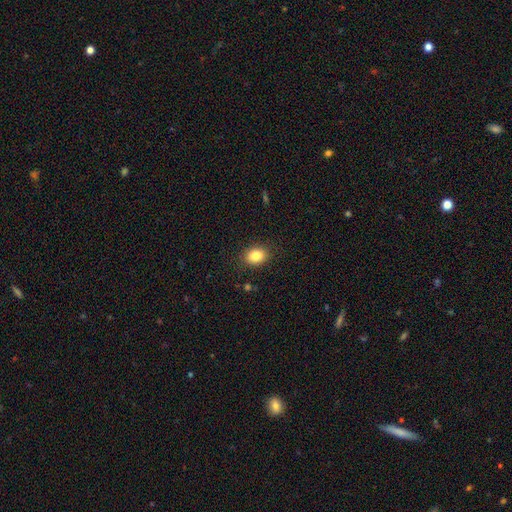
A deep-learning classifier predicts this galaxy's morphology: smooth-or-featured: smooth: 84% | star or artifact: 9% | featured or disk: 7%
  how-rounded: in between: 56% | round: 43% | cigar-shaped: 1%
  merging: none: 87% | minor disturbance: 10% | major disturbance: 3% | merger: 1%